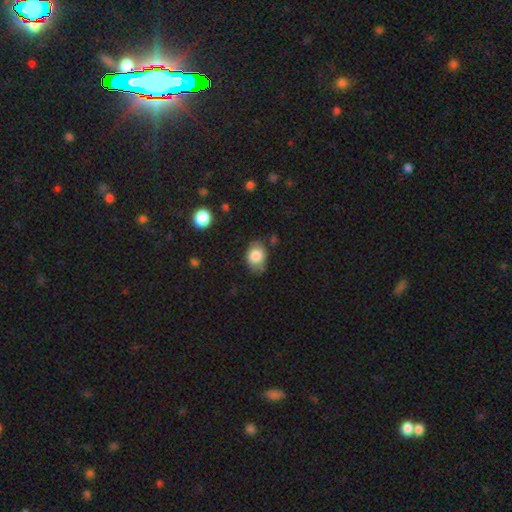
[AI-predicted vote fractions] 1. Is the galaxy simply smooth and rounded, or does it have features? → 82% smooth, 10% featured or disk, 8% star or artifact.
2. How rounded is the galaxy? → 68% in between, 31% round, 1% cigar-shaped.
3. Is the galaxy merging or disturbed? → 64% none, 25% minor disturbance, 7% major disturbance, 4% merger.